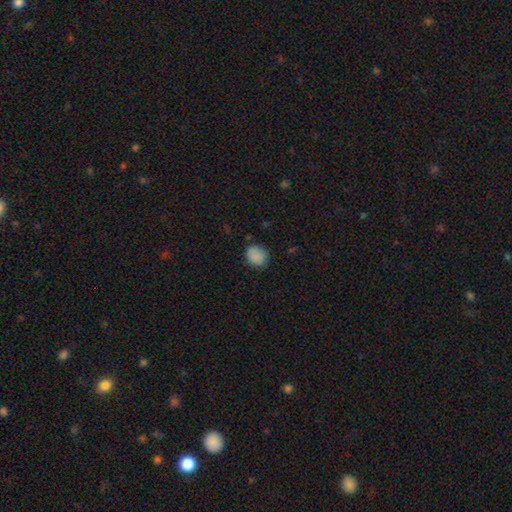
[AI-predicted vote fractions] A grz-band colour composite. It shows a smooth galaxy with no disk features (85%) that is round (69%). Merging: none (76%).